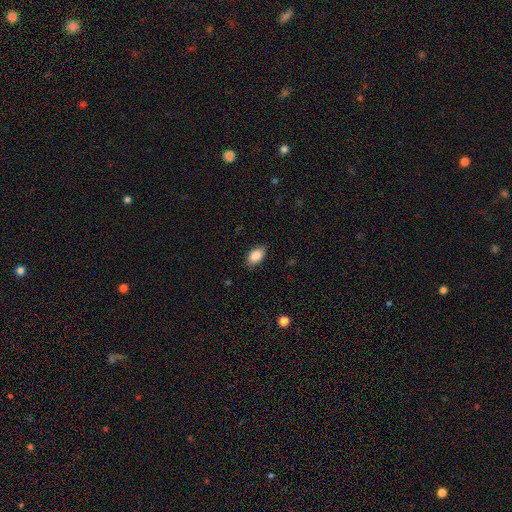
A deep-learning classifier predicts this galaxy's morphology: smooth_or_featured: smooth (p=0.87) [alt: star or artifact p=0.07]
how_rounded: in between (p=0.91) [alt: round p=0.07]
merging: none (p=0.85) [alt: minor disturbance p=0.11]